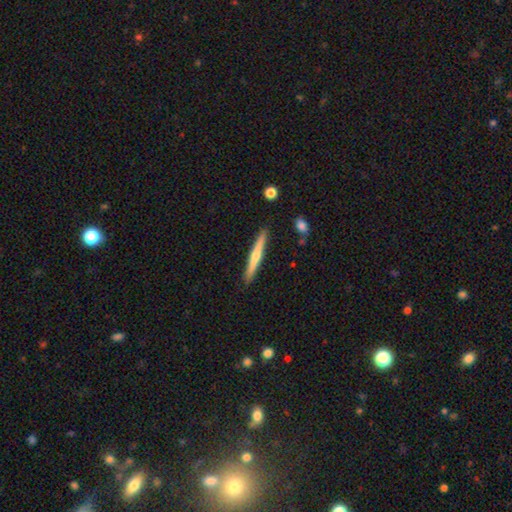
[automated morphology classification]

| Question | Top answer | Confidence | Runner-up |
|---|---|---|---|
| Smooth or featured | featured or disk | 57% | smooth (37%) |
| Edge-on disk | yes | 97% | no (3%) |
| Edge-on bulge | rounded | 74% | none (22%) |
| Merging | none | 90% | minor disturbance (7%) |